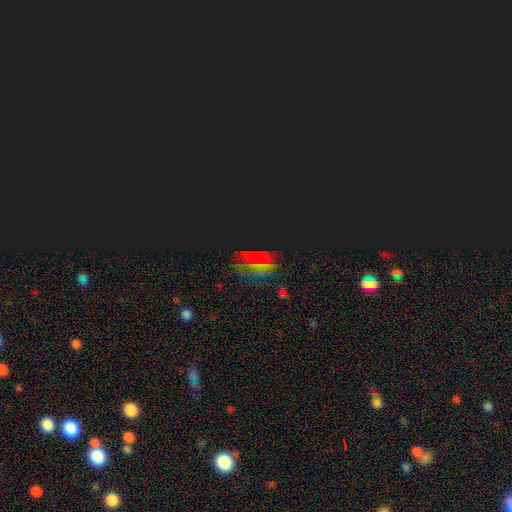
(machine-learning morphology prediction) smooth-or-featured: star or artifact: 66% | smooth: 21% | featured or disk: 14%